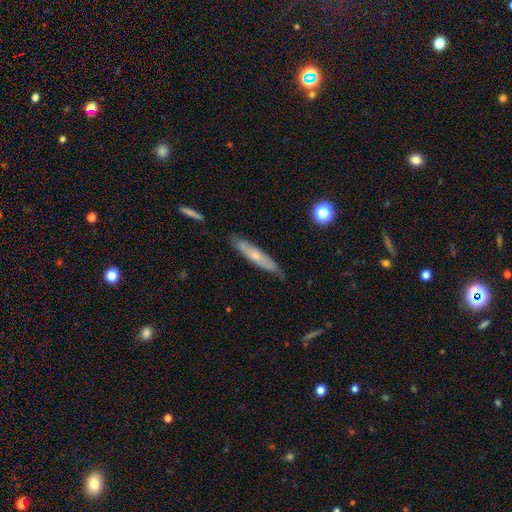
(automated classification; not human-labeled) smooth_or_featured: featured or disk (p=0.48) [alt: smooth p=0.45]
merging: none (p=0.80) [alt: minor disturbance p=0.16]